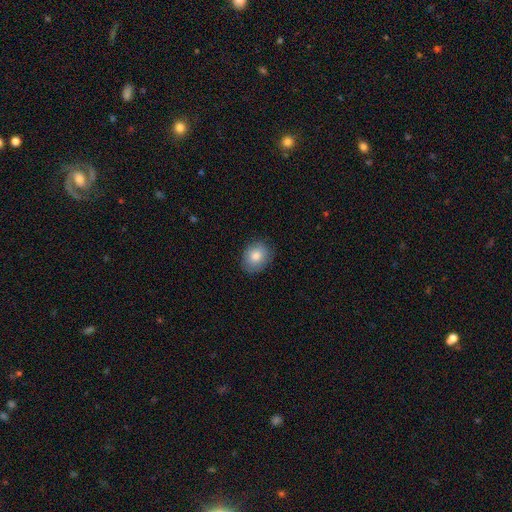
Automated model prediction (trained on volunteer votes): Smooth or featured? Predicted: smooth (p=0.82). How rounded? Predicted: round (p=0.54). Merging? Predicted: none (p=0.84).